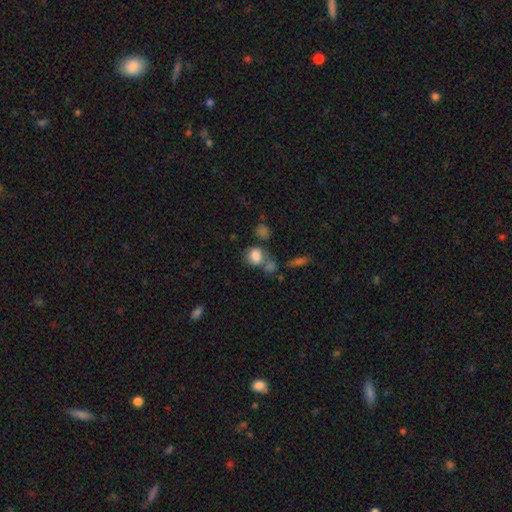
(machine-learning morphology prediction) The model was most divided on "how rounded": in between: 50%, round: 49%, cigar-shaped: 2%. Remaining: smooth or featured — smooth (80%); merging — none (43%).